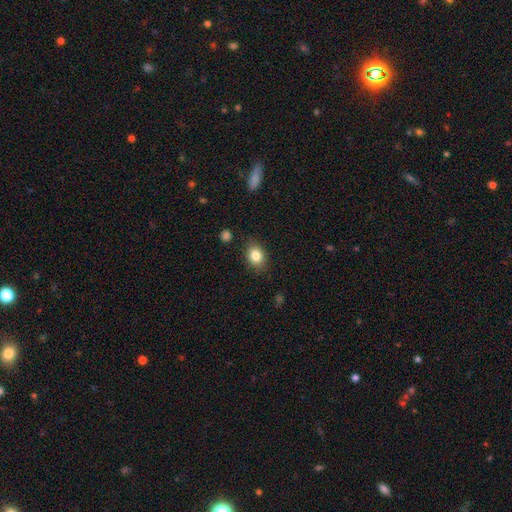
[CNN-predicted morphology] Smooth or featured: smooth — 84% (star or artifact — 9%)
How rounded: in between — 58% (round — 41%)
Merging: none — 83% (minor disturbance — 13%)